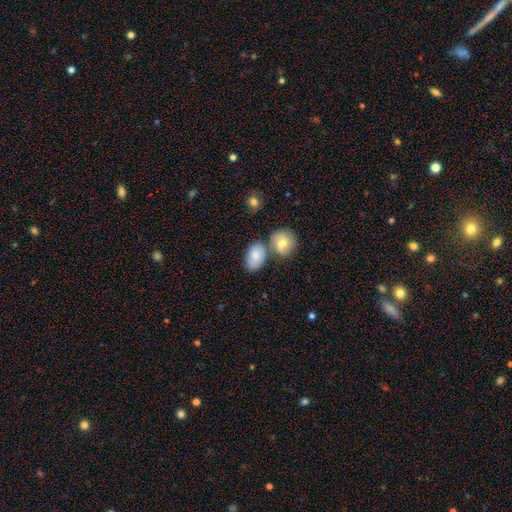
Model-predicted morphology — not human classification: Smooth or featured? Predicted: smooth (p=0.81). How rounded? Predicted: in between (p=0.86). Merging? Predicted: none (p=0.53).